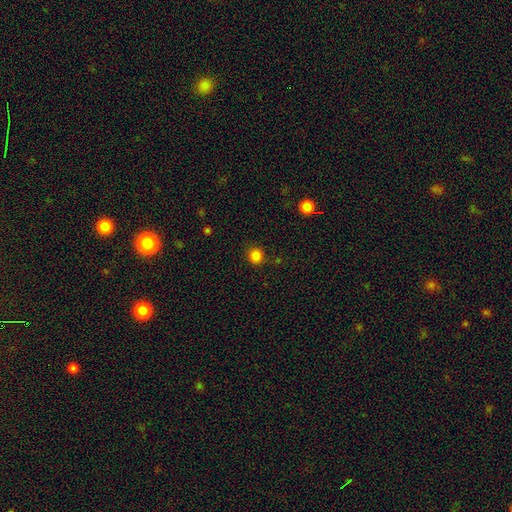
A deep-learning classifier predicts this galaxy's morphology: A smooth galaxy with no disk features (84%) that is round (89%).

Vote fractions:
- Smooth or featured? smooth: 84% / star or artifact: 13% / featured or disk: 4%
- How rounded? round: 89% / in between: 10% / cigar-shaped: 1%
- Merging? none: 87% / minor disturbance: 9% / major disturbance: 3% / merger: 2%